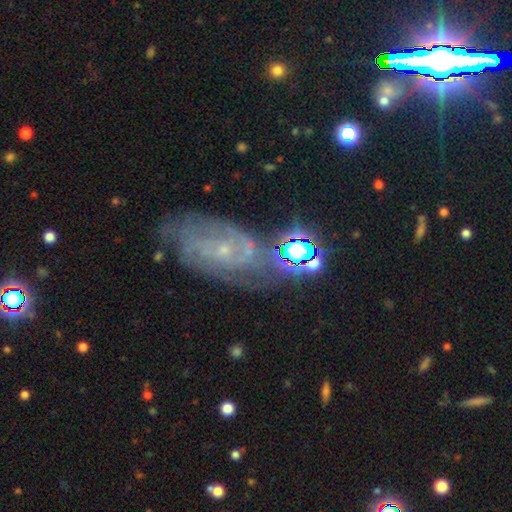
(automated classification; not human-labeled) The model was most divided on "spiral arm count": 2: 33%, can't tell: 31%, 3: 15%, 4: 8%, more than 4: 6%, 1: 6%. More confident: edge-on disk — no (95%); spiral arms — yes (94%); bulge size — small (83%); smooth or featured — featured or disk (73%); merging — none (69%); spiral winding — tight (58%); bar — no (58%).